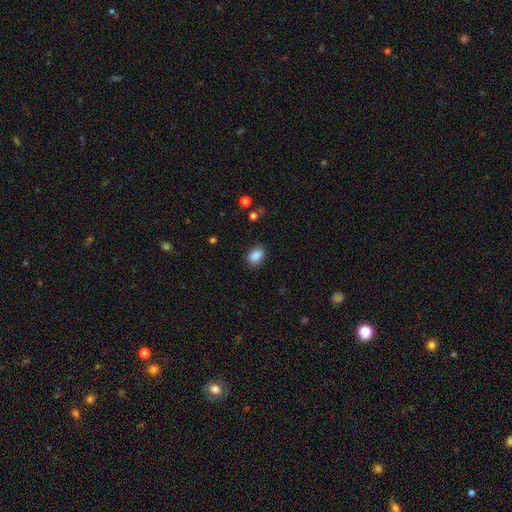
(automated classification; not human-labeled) Smooth or featured?
  - smooth: 88% *
  - star or artifact: 9%
  - featured or disk: 4%
How rounded?
  - in between: 79% *
  - round: 20%
  - cigar-shaped: 1%
Merging?
  - none: 83% *
  - minor disturbance: 13%
  - major disturbance: 3%
  - merger: 1%